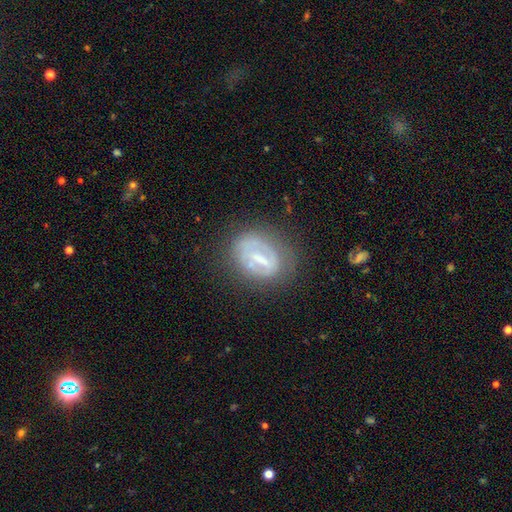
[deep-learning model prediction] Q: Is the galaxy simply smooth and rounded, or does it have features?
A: featured or disk — 58%.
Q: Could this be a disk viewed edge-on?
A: no — 90%.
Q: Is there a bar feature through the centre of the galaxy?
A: strong — 51%.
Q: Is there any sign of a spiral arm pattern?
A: no — 66%.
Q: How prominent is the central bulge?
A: small — 41%.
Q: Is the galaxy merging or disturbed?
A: none — 74%.